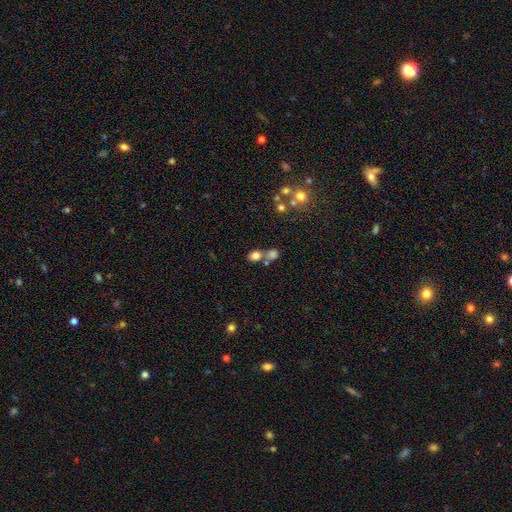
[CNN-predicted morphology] smooth 76%, star or artifact 14%, featured or disk 10%. Down the decision tree: how rounded — round (56%); merging — none (47%).